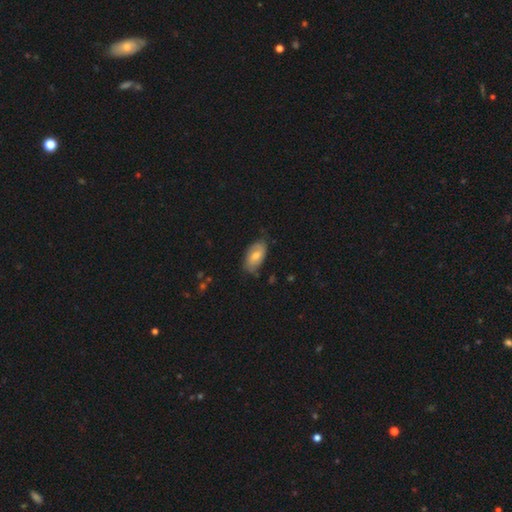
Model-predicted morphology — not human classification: smooth 55%, featured or disk 37%, star or artifact 8%. Down the decision tree: how rounded — in between (92%); merging — none (71%).